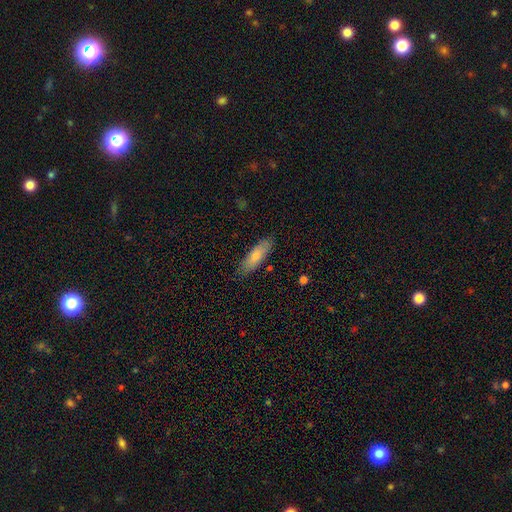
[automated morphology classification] Q: Smooth or featured?
A: smooth (70%); runner-up: featured or disk (23%)
Q: How rounded?
A: cigar-shaped (50%); runner-up: in between (48%)
Q: Merging?
A: none (85%); runner-up: minor disturbance (12%)